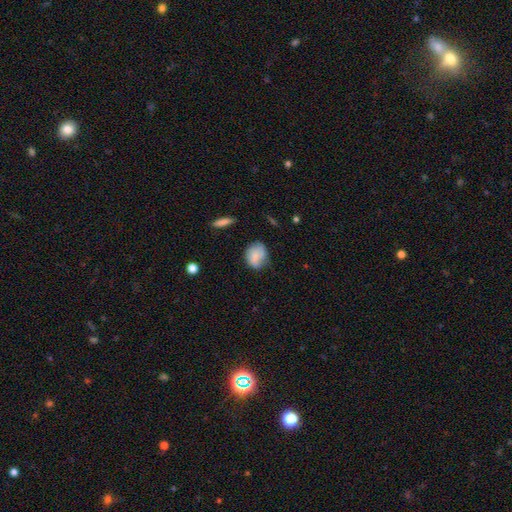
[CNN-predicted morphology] Smooth or featured? Predicted: smooth (p=0.72). How rounded? Predicted: round (p=0.56). Merging? Predicted: none (p=0.62).